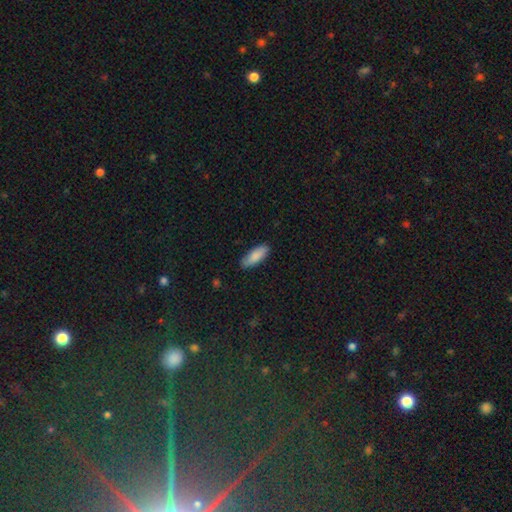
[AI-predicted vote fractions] Overall: smooth (86%). How rounded: in between (70%). Merging: none (86%).